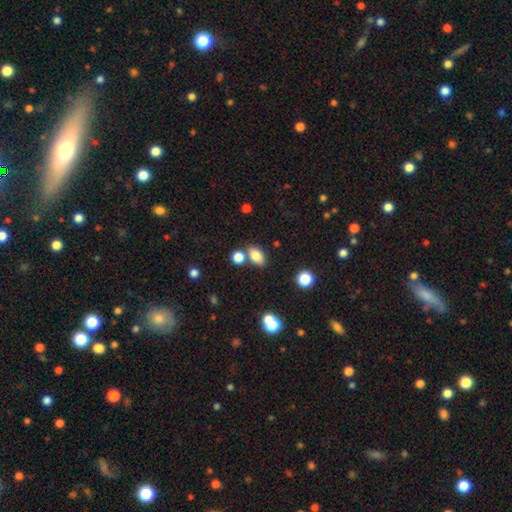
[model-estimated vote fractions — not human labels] smooth-or-featured: smooth: 82% | star or artifact: 10% | featured or disk: 7%
  how-rounded: in between: 85% | round: 13% | cigar-shaped: 2%
  merging: none: 68% | merger: 17% | minor disturbance: 11% | major disturbance: 4%